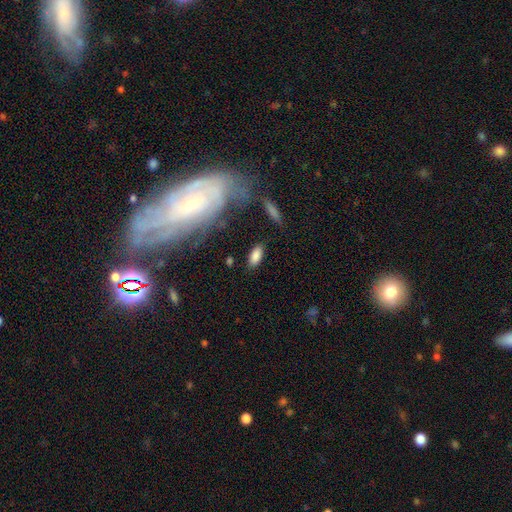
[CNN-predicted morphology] A smooth galaxy with no disk features (85%) that is in between round and cigar-shaped (86%). Merging: none (83%).